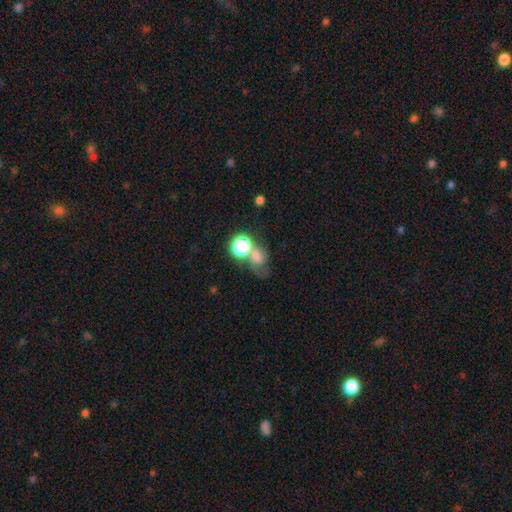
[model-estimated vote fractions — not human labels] Smooth or featured: smooth — 62% (star or artifact — 23%)
How rounded: round — 60% (in between — 39%)
Merging: none — 35% (tied with merger — 35%)